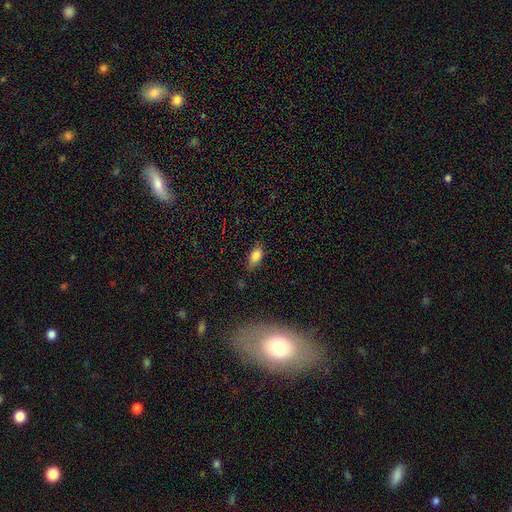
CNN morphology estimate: A smooth galaxy with no disk features (78%) that is in between round and cigar-shaped (82%). Merging: none (76%).